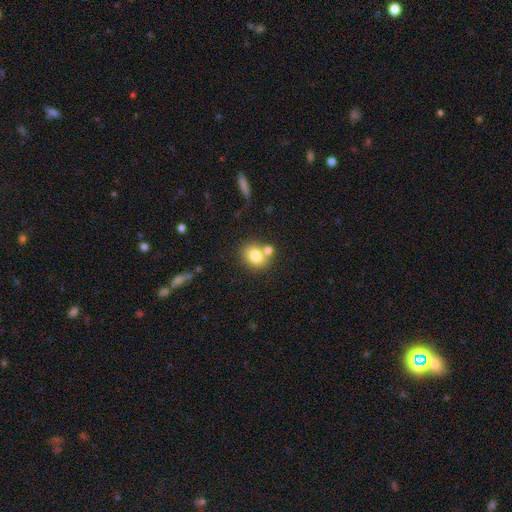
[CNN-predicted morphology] Q: Smooth or featured?
A: smooth (78%); runner-up: featured or disk (12%)
Q: How rounded?
A: round (65%); runner-up: in between (34%)
Q: Merging?
A: none (56%); runner-up: merger (30%)